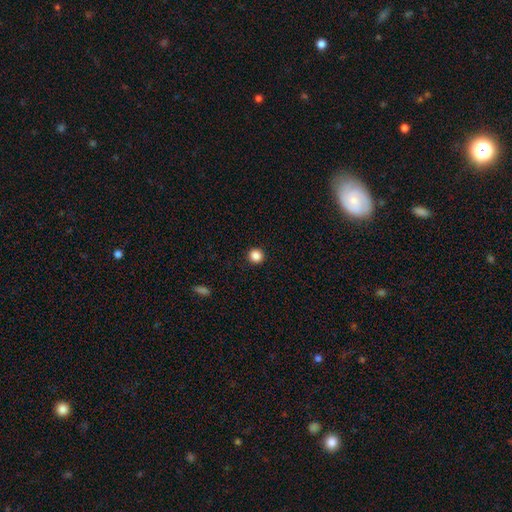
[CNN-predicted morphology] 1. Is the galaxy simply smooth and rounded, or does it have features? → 87% smooth, 11% star or artifact, 3% featured or disk.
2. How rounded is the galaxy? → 94% round, 5% in between, 1% cigar-shaped.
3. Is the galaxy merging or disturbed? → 93% none, 4% minor disturbance, 2% major disturbance, 1% merger.